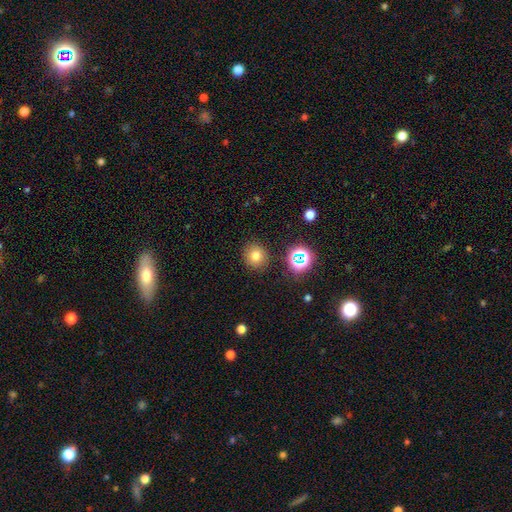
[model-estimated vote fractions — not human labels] Morphology: type=smooth (73%); roundness=round (87%); merging=none (88%).